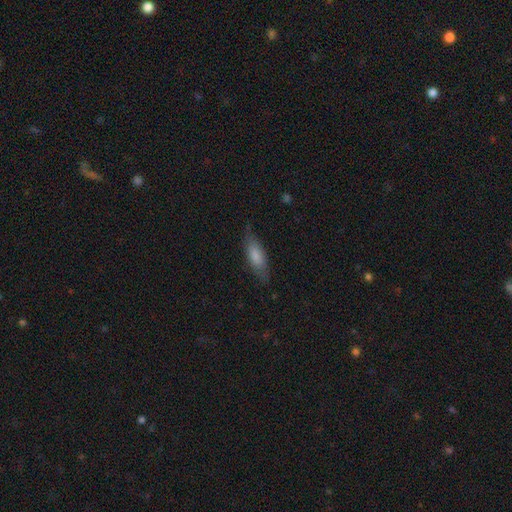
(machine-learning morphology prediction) Smooth or featured?
  - smooth: 78% *
  - featured or disk: 16%
  - star or artifact: 6%
How rounded?
  - in between: 60% *
  - cigar-shaped: 39%
  - round: 2%
Merging?
  - none: 76% *
  - minor disturbance: 18%
  - major disturbance: 5%
  - merger: 1%